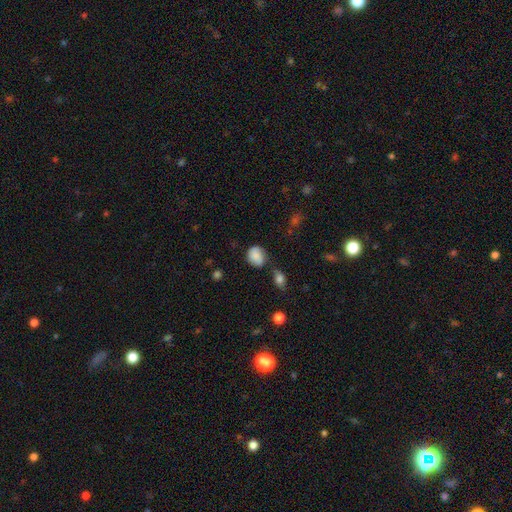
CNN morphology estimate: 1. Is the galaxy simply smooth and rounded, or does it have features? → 80% smooth, 11% featured or disk, 9% star or artifact.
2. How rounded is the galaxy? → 58% round, 41% in between, 1% cigar-shaped.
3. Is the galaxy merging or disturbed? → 55% none, 28% minor disturbance, 9% major disturbance, 7% merger.